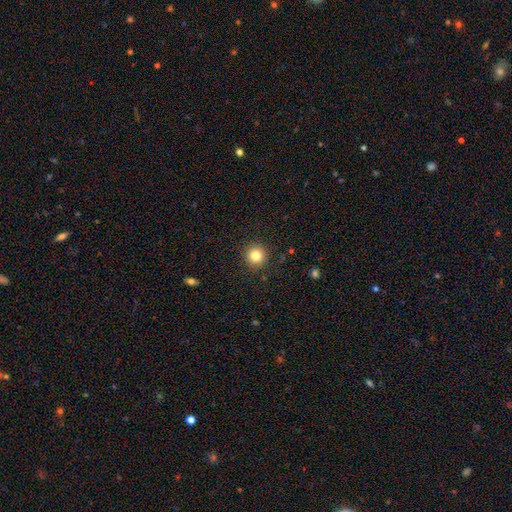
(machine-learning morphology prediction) Smooth or featured? smooth (82%)
How rounded? round (94%)
Merging? none (91%)